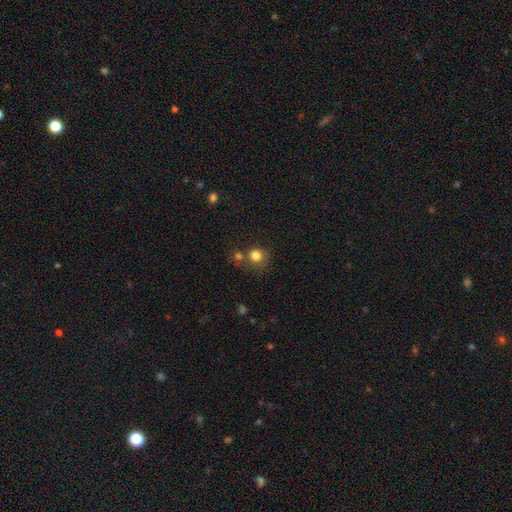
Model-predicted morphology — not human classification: smooth-or-featured: smooth: 81% | star or artifact: 13% | featured or disk: 7%
  how-rounded: round: 87% | in between: 12% | cigar-shaped: 1%
  merging: none: 60% | merger: 21% | minor disturbance: 13% | major disturbance: 6%